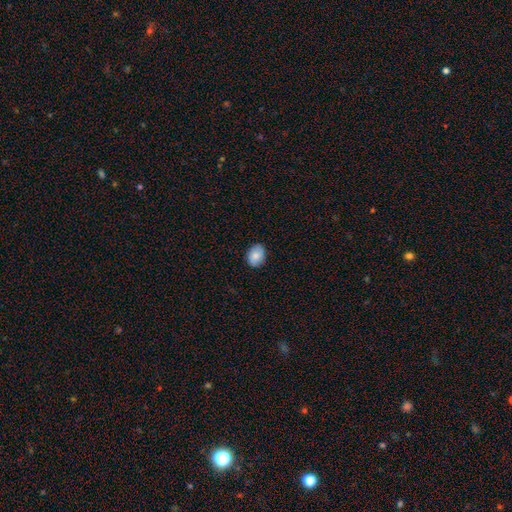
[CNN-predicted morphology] type=smooth (82%); roundness=in between (66%); merging=none (85%).